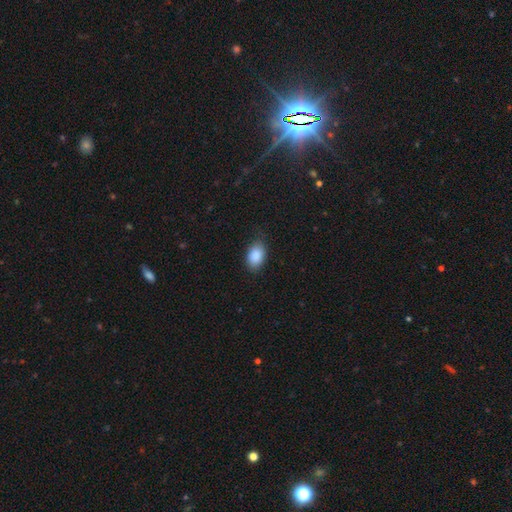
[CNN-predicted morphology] Overall: smooth (89%). How rounded: in between (88%). Merging: none (78%).